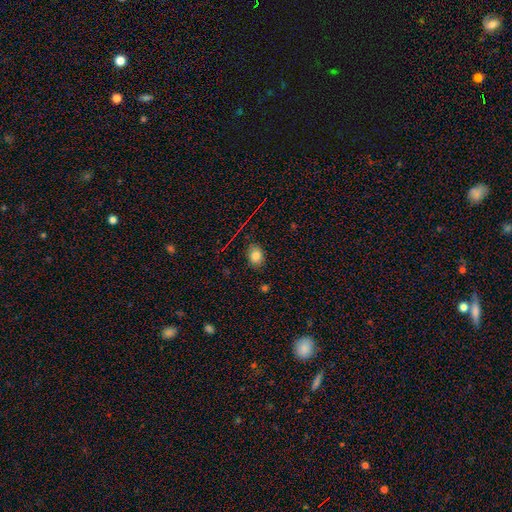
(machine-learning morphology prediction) smooth_or_featured: smooth (p=0.79) [alt: star or artifact p=0.12]
how_rounded: in between (p=0.69) [alt: round p=0.30]
merging: none (p=0.84) [alt: minor disturbance p=0.11]